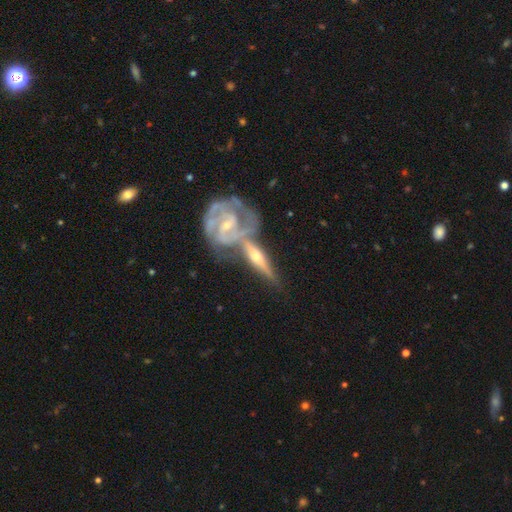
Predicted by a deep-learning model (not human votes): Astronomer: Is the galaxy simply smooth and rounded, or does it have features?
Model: featured or disk — 79%.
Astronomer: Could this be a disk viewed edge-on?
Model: no — 62% (runner-up: yes, 38%).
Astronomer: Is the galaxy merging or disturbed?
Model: merger — 51% (runner-up: none, 34%).